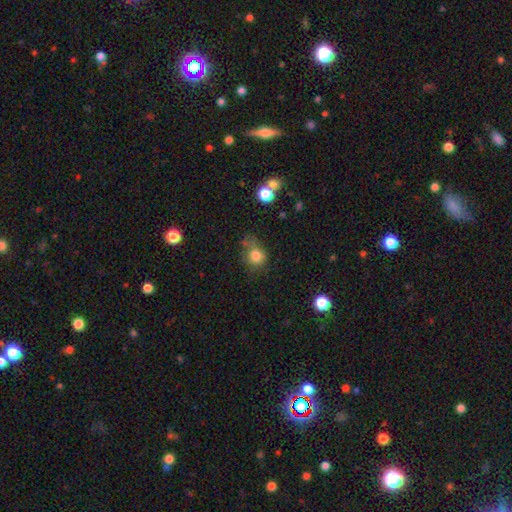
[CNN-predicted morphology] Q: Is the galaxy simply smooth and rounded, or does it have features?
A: smooth — 79%.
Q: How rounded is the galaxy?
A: round — 69%.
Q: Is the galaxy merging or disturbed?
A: none — 46%.